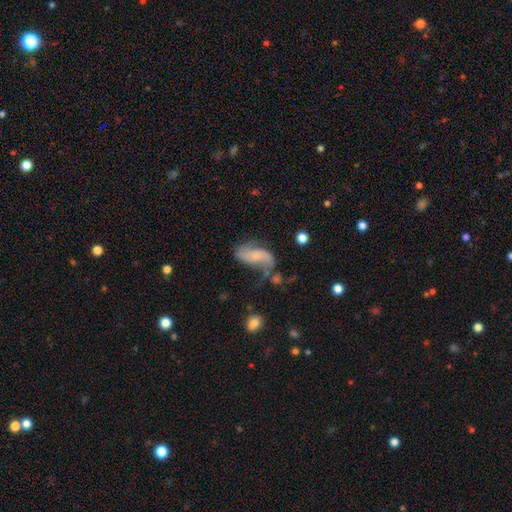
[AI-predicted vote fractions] Overall: featured or disk (60%; smooth 32%). Edge-on disk: no (94%). Bar: no (59%; weak 30%). Spiral arms: yes (86%). Bulge size: small (56%; moderate 22%). Merging: none (44%; minor disturbance 25%).